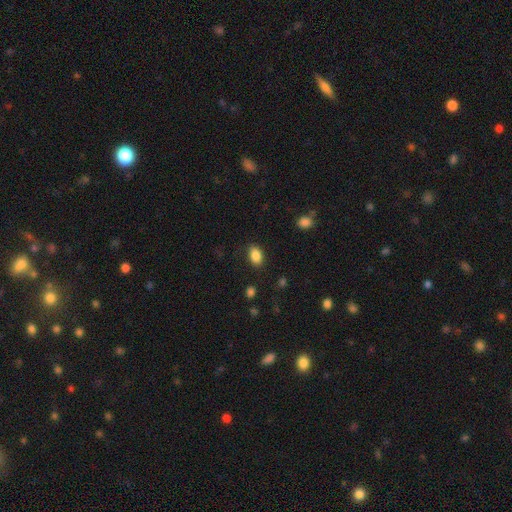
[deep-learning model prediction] Morphology: type=smooth (87%); roundness=in between (87%); merging=none (84%).